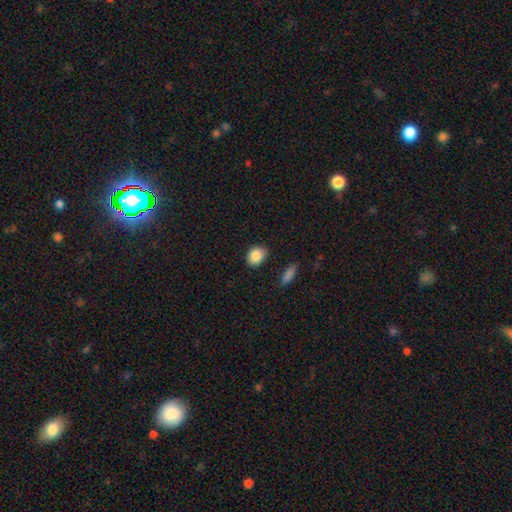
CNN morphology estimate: A smooth galaxy with no disk features (87%) that is round (53%). Merging: none (80%).